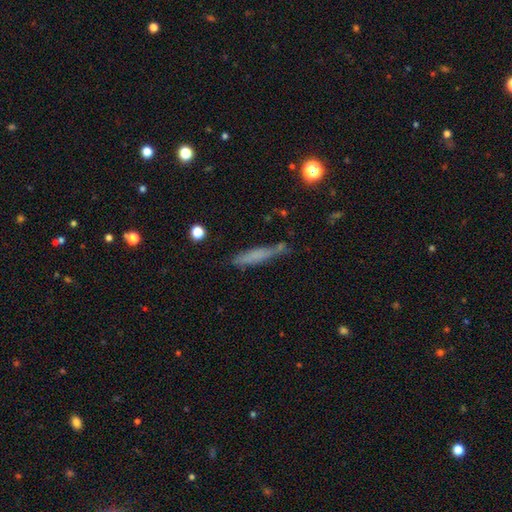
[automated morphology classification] A smooth galaxy with no disk features (65%) that is cigar-shaped (88%).

Vote fractions:
- Smooth or featured? smooth: 65% / featured or disk: 26% / star or artifact: 9%
- How rounded? cigar-shaped: 88% / in between: 10% / round: 2%
- Merging? none: 70% / minor disturbance: 20% / major disturbance: 5% / merger: 5%